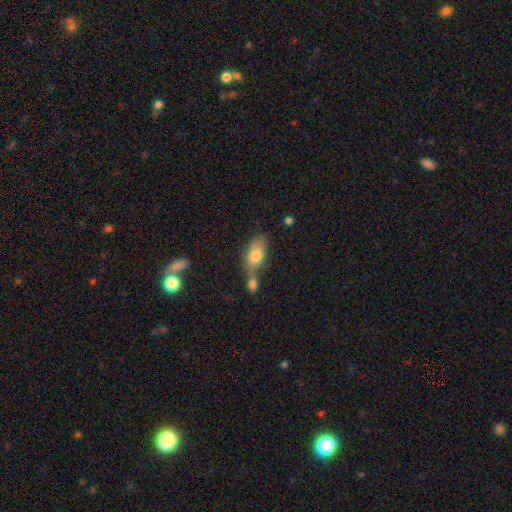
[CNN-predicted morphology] A smooth galaxy with no disk features (74%) that is in between round and cigar-shaped (88%).

Vote fractions:
- Smooth or featured? smooth: 74% / featured or disk: 18% / star or artifact: 8%
- How rounded? in between: 88% / round: 7% / cigar-shaped: 5%
- Merging? merger: 45% / none: 34% / minor disturbance: 15% / major disturbance: 6%